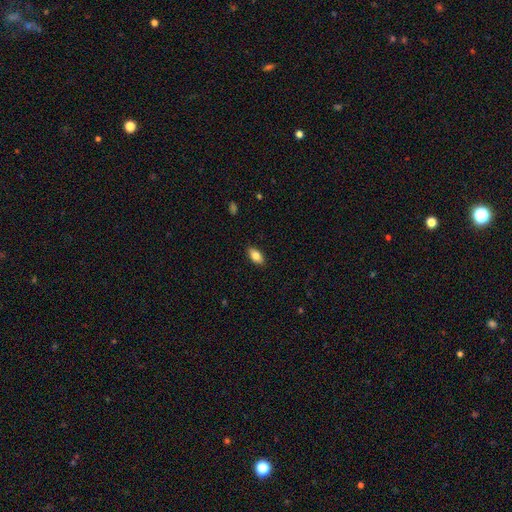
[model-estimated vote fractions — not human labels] This appears to be a smooth galaxy with no disk features (81%) that is in between round and cigar-shaped (91%). Merging: none (88%).